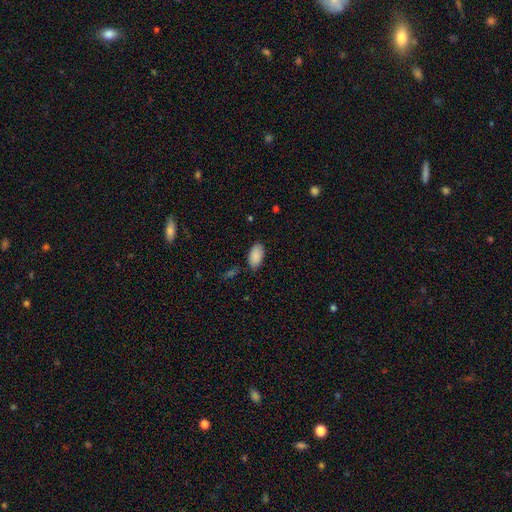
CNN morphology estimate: smooth_or_featured: smooth (p=0.88) [alt: star or artifact p=0.07]
how_rounded: in between (p=0.95) [alt: round p=0.03]
merging: none (p=0.82) [alt: minor disturbance p=0.13]